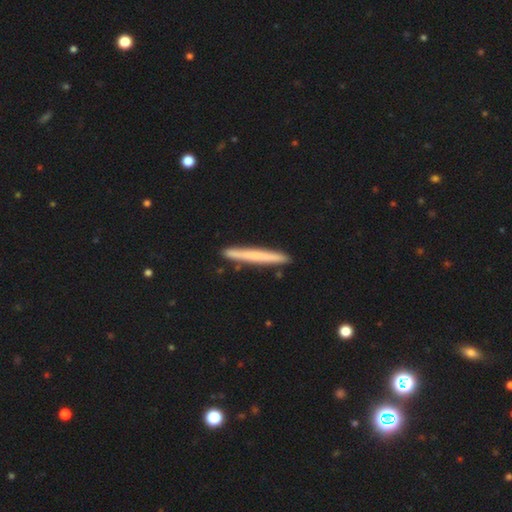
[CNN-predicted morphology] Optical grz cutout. It shows a smooth galaxy with no disk features (60%) that is cigar-shaped (97%). Merging: none (90%).